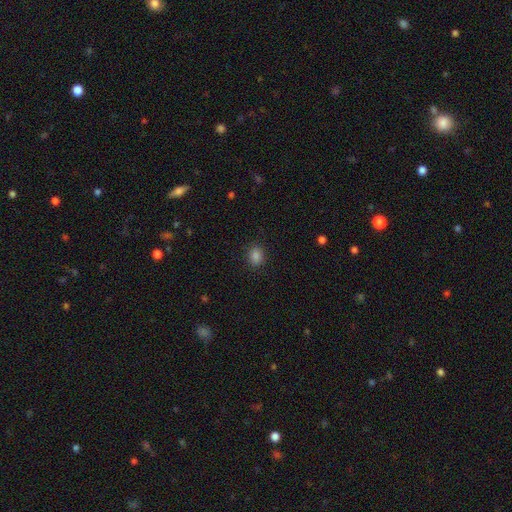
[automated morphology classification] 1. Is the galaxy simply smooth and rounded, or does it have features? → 85% smooth, 12% star or artifact, 3% featured or disk.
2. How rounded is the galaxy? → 50% in between, 48% round, 1% cigar-shaped.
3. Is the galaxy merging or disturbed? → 89% none, 8% minor disturbance, 2% major disturbance, 1% merger.